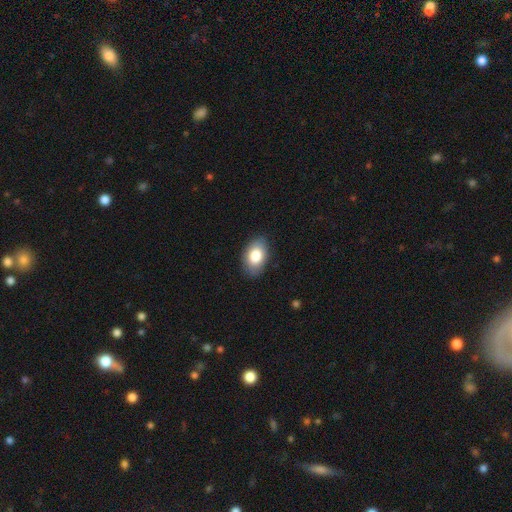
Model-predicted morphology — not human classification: Overall: smooth (83%). How rounded: in between (89%). Merging: none (86%).